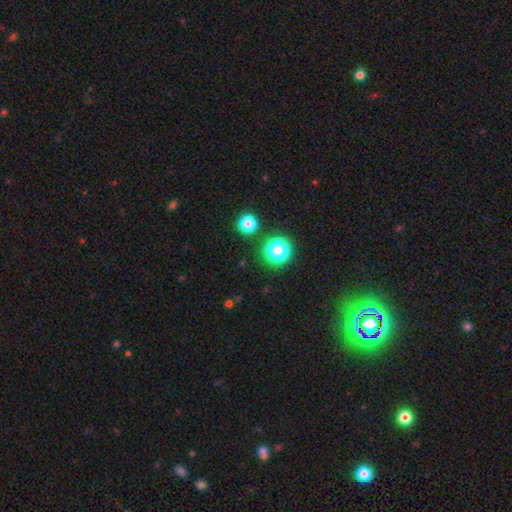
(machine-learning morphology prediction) Smooth or featured? star or artifact (59%)